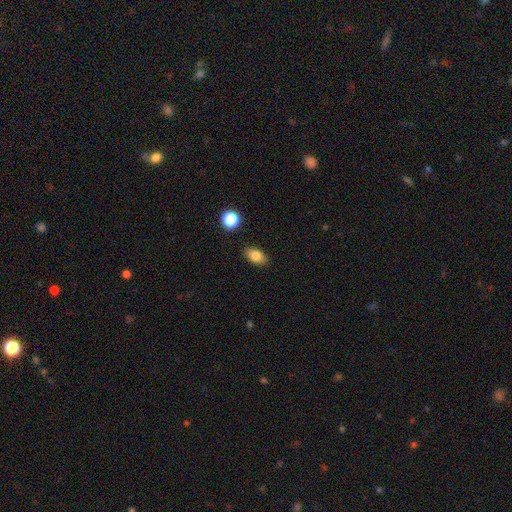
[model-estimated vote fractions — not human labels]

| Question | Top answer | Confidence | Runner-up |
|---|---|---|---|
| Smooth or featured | smooth | 81% | featured or disk (10%) |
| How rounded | in between | 88% | round (9%) |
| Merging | none | 87% | minor disturbance (9%) |